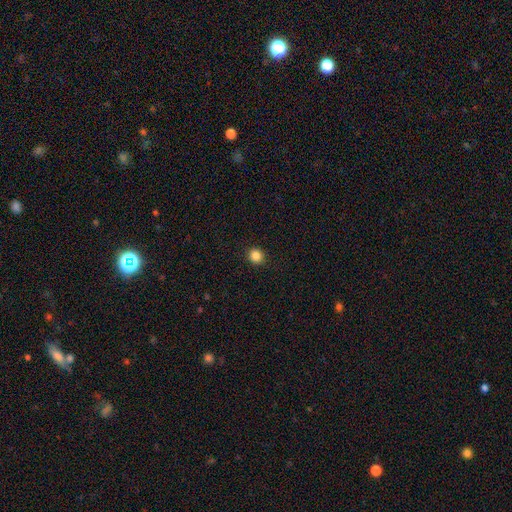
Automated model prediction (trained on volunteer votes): smooth 85%, star or artifact 11%, featured or disk 4%. Down the decision tree: how rounded — round (85%); merging — none (92%).